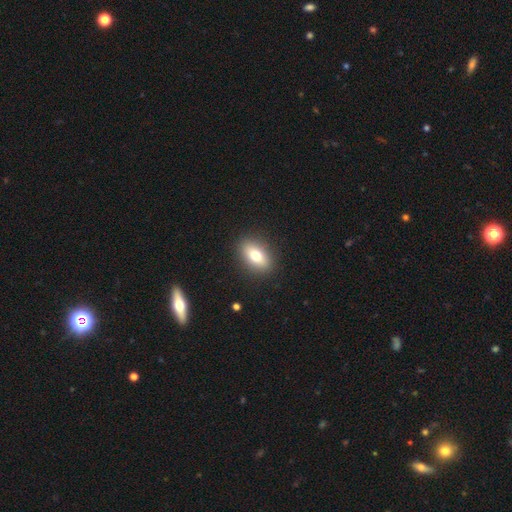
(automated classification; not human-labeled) Smooth or featured?
  - smooth: 72% *
  - featured or disk: 19%
  - star or artifact: 9%
How rounded?
  - in between: 81% *
  - round: 13%
  - cigar-shaped: 5%
Merging?
  - none: 90% *
  - minor disturbance: 7%
  - major disturbance: 2%
  - merger: 1%